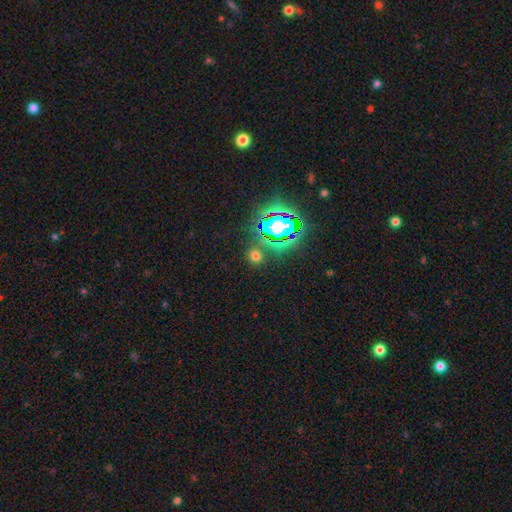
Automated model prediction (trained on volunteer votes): Overall: smooth (54%; star or artifact 38%). How rounded: round (78%). Merging: none (81%).